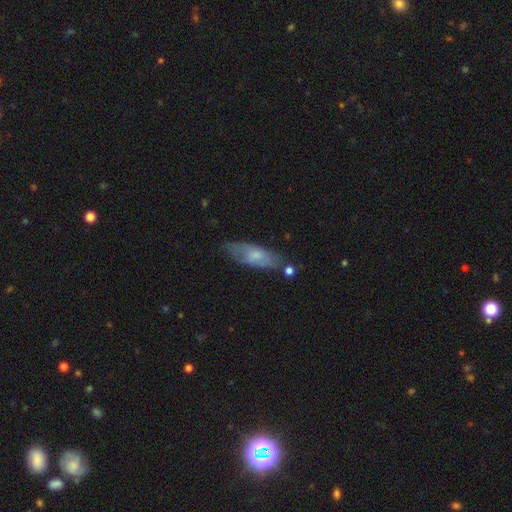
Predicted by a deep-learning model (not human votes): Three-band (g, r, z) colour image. It shows a smooth galaxy with no disk features (64%) that is in between round and cigar-shaped (61%). Merging: none (67%).